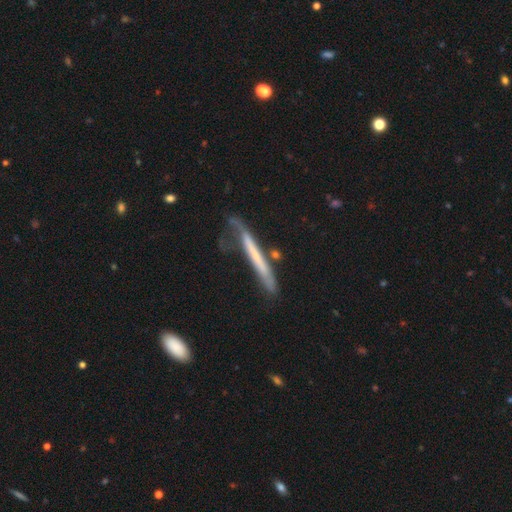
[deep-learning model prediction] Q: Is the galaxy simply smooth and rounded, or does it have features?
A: featured or disk — 50%.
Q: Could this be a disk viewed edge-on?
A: yes — 86%.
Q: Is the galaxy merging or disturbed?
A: none — 50%.